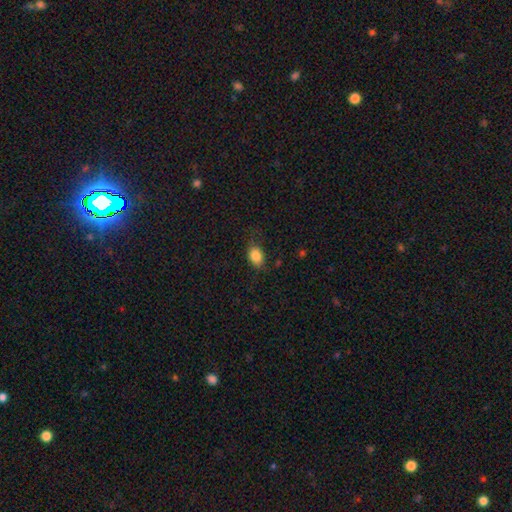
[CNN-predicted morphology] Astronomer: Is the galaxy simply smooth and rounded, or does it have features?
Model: smooth — 85%.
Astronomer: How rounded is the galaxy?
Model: in between — 78%.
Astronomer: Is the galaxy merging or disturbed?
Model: none — 73%.